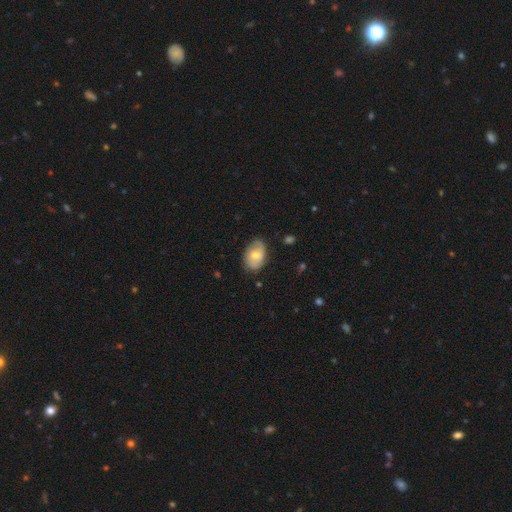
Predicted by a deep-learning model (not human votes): Smooth or featured: smooth — 53% (featured or disk — 41%)
How rounded: in between — 85% (round — 14%)
Merging: none — 73% (minor disturbance — 21%)